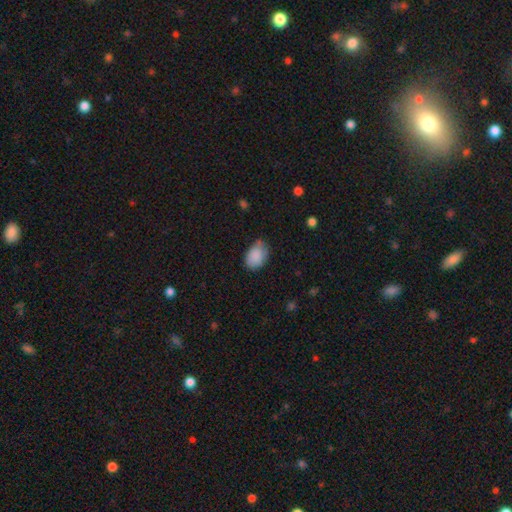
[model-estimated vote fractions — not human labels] smooth-or-featured: smooth: 88% | star or artifact: 7% | featured or disk: 5%
  how-rounded: in between: 79% | round: 20% | cigar-shaped: 1%
  merging: none: 65% | minor disturbance: 29% | major disturbance: 5% | merger: 2%